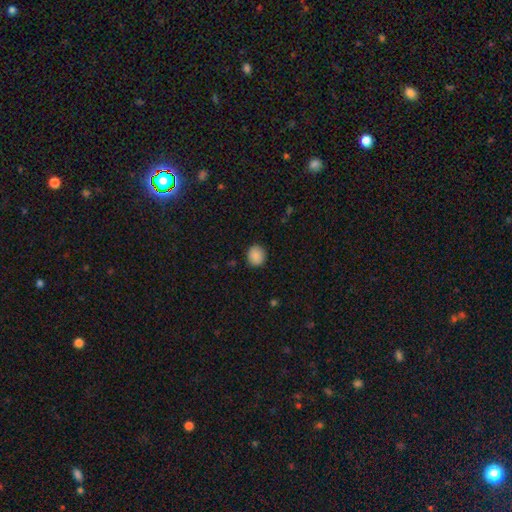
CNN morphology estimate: The model was most divided on "how rounded": round: 81%, in between: 18%, cigar-shaped: 1%. More confident: merging — none (89%); smooth or featured — smooth (88%).